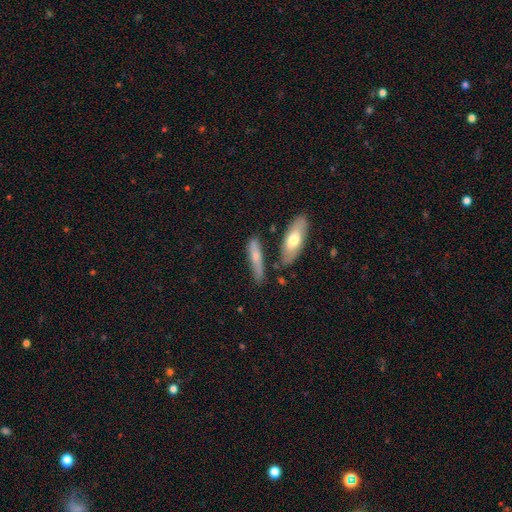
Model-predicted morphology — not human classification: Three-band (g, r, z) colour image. It shows a smooth galaxy with no disk features (60%) that is cigar-shaped (75%). Merging: none (63%).